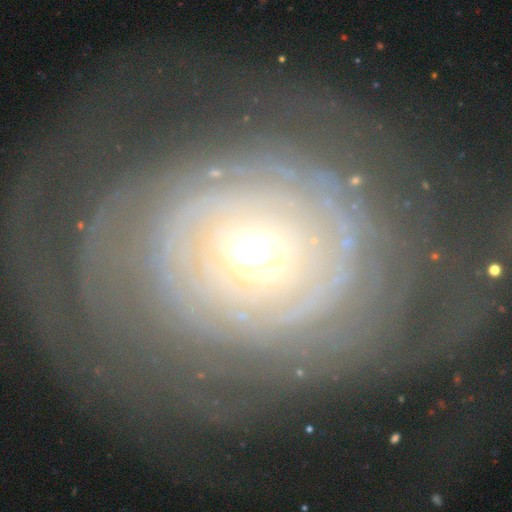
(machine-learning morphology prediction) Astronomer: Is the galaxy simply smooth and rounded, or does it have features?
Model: featured or disk — 83%.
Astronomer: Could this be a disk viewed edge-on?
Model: no — 97%.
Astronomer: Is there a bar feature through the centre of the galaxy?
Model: no — 78%.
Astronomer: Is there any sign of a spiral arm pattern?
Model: yes — 86%.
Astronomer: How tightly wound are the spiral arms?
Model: tight — 79%.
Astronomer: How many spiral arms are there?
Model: can't tell — 48%.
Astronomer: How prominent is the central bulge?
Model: moderate — 50% (runner-up: small, 42%).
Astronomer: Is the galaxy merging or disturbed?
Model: none — 64%.